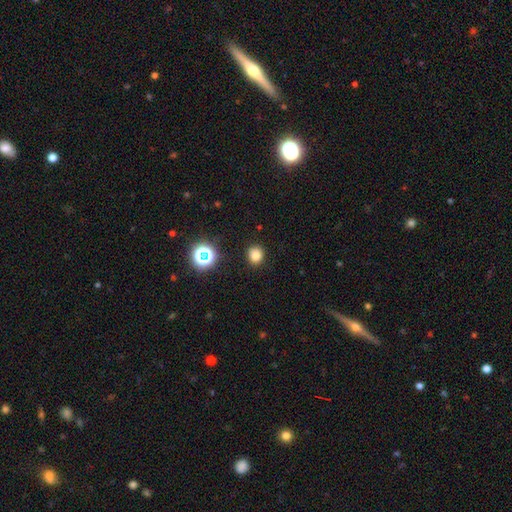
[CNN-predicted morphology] The model was most divided on "how rounded": round: 79%, in between: 20%, cigar-shaped: 1%. More confident: merging — none (89%); smooth or featured — smooth (79%).